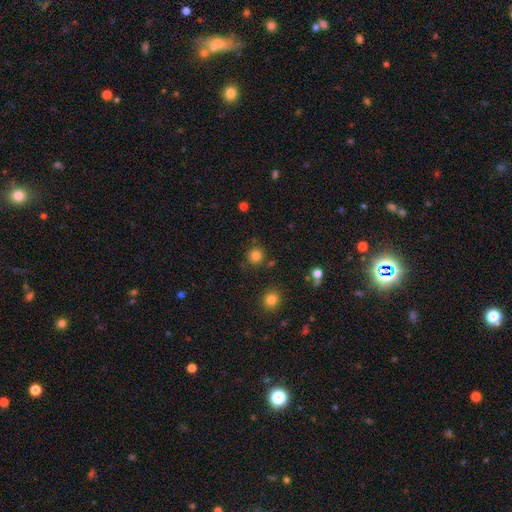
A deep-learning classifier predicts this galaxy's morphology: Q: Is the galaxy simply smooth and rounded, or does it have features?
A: smooth — 81%.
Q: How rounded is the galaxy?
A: round — 93%.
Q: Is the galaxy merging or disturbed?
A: none — 84%.